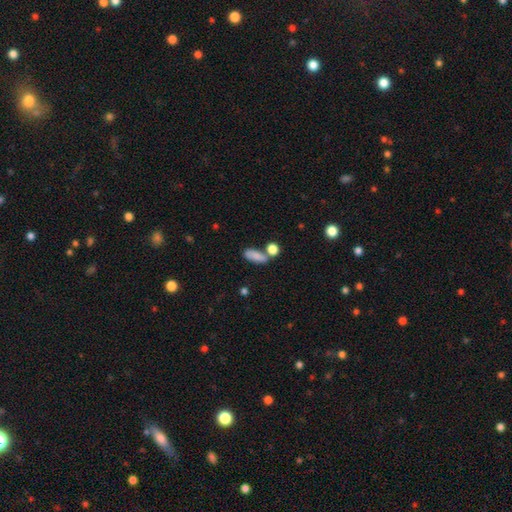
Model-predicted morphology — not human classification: type=smooth (81%); roundness=in between (73%); merging=none (54%).